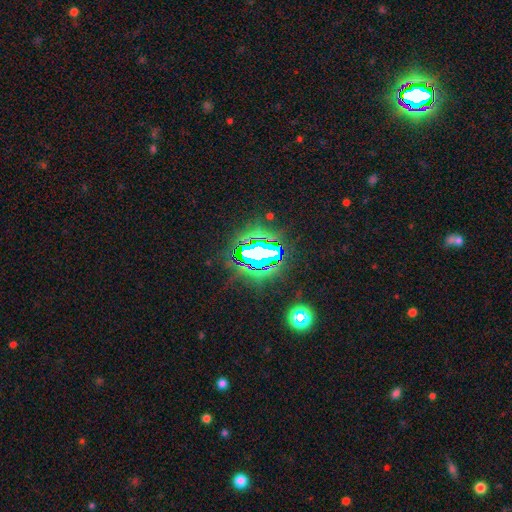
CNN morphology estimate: type=star or artifact (75%).